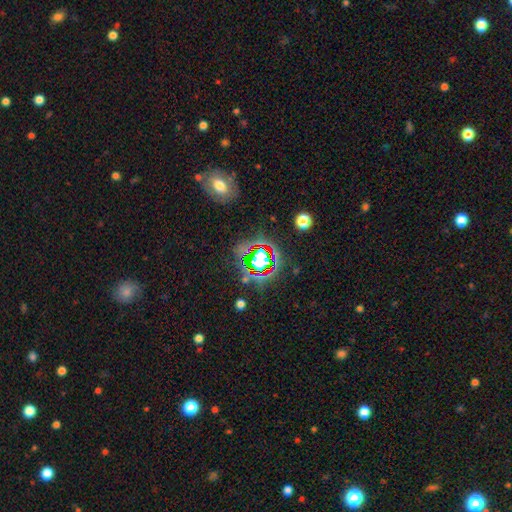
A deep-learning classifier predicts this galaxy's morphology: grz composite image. It shows a star or artifact, not a galaxy (61%).